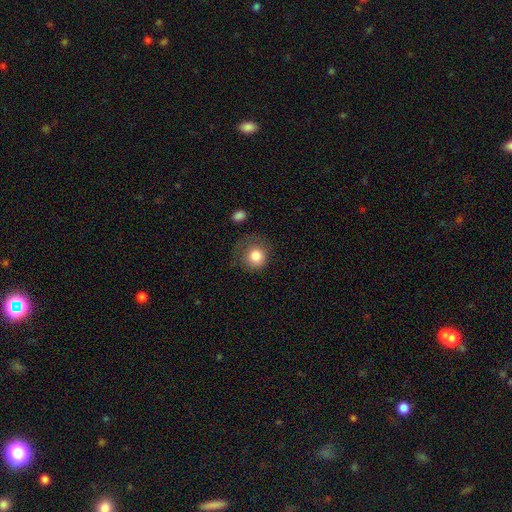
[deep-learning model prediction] smooth-or-featured: smooth: 81% | featured or disk: 10% | star or artifact: 9%
  how-rounded: round: 88% | in between: 11% | cigar-shaped: 1%
  merging: none: 58% | minor disturbance: 24% | major disturbance: 16% | merger: 2%